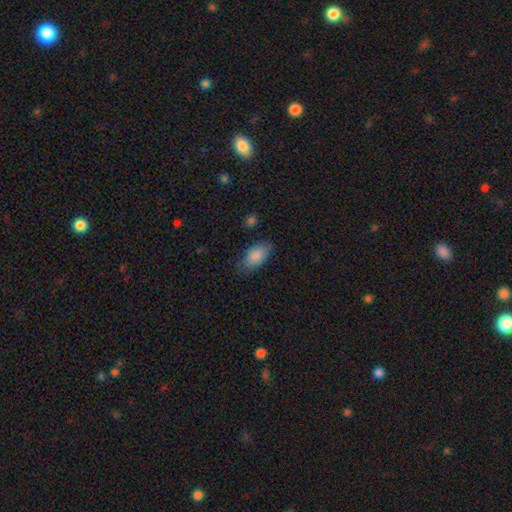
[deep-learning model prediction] This appears to be a smooth galaxy with no disk features (88%) that is in between round and cigar-shaped (94%). Merging: none (78%).